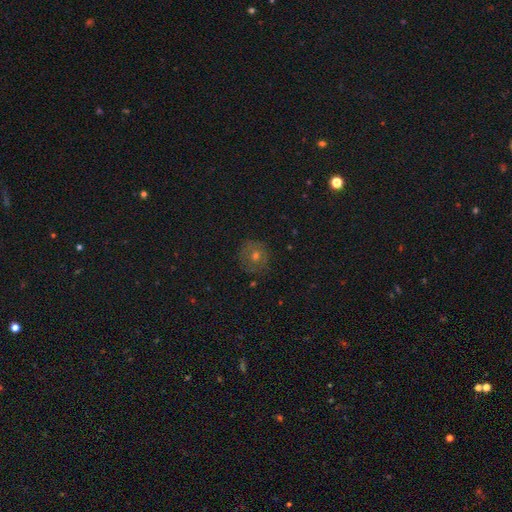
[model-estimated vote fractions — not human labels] Smooth or featured? smooth (47%)
Merging? none (82%)